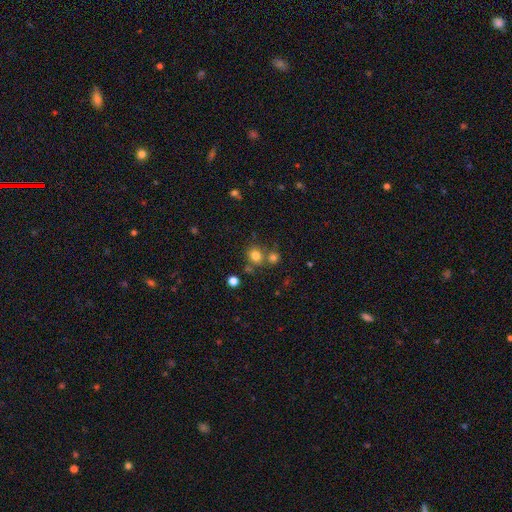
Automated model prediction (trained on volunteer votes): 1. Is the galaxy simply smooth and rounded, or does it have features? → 78% smooth, 15% star or artifact, 7% featured or disk.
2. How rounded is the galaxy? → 81% round, 18% in between, 1% cigar-shaped.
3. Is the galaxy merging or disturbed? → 65% none, 22% merger, 9% minor disturbance, 4% major disturbance.